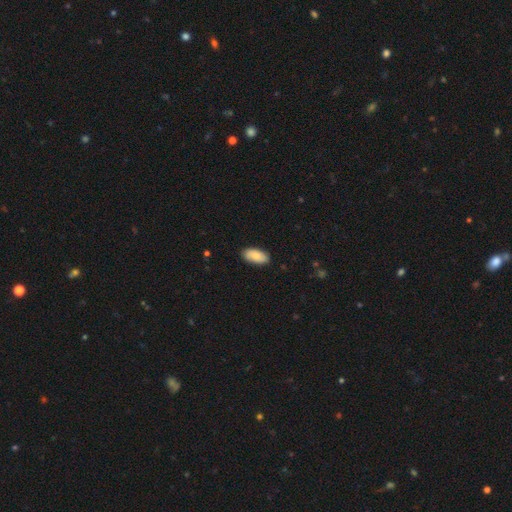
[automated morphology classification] A smooth galaxy with no disk features (85%) that is in between round and cigar-shaped (92%). Merging: none (87%).